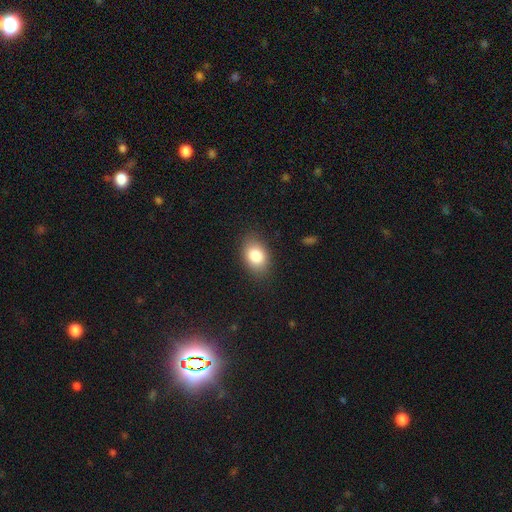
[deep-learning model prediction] Q: Smooth or featured?
A: smooth (83%); runner-up: star or artifact (8%)
Q: How rounded?
A: in between (81%); runner-up: round (18%)
Q: Merging?
A: none (84%); runner-up: minor disturbance (12%)